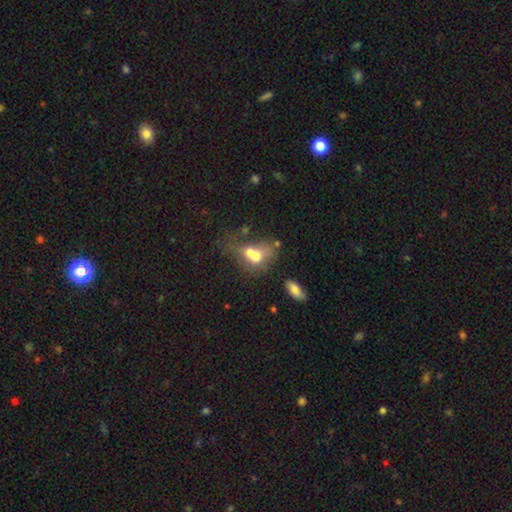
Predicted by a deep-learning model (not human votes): The model was most divided on "how rounded": in between: 58%, round: 40%, cigar-shaped: 2%. More confident: merging — merger (65%); smooth or featured — smooth (63%).